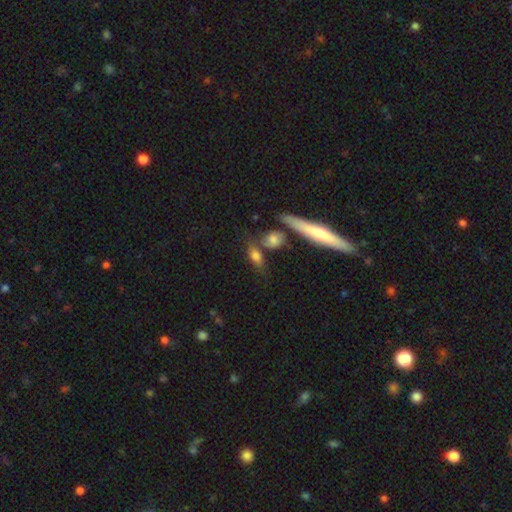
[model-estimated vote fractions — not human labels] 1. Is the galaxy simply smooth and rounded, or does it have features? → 69% smooth, 21% featured or disk, 10% star or artifact.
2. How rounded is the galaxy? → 60% in between, 26% cigar-shaped, 13% round.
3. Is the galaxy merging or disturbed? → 57% none, 18% merger, 18% minor disturbance, 8% major disturbance.